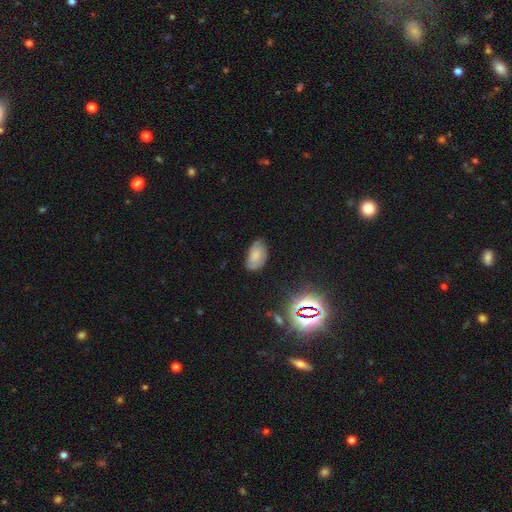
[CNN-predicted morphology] This is likely a smooth galaxy (72%). How rounded: clearly in between (93%). Merging: likely none (63%).